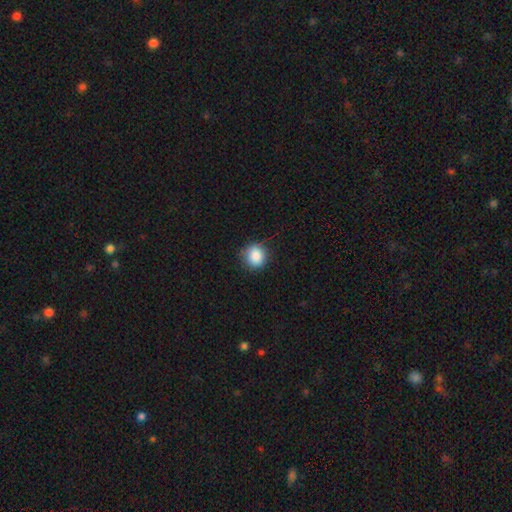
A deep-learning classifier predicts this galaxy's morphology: smooth 86%, star or artifact 9%, featured or disk 5%. Down the decision tree: how rounded — round (86%); merging — none (79%).